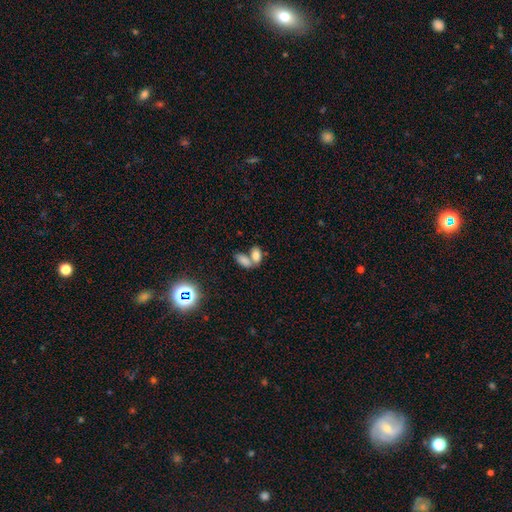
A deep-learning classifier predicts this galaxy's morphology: This appears to be a smooth galaxy with no disk features (80%) that is in between round and cigar-shaped (91%). Merging: merger (57%).